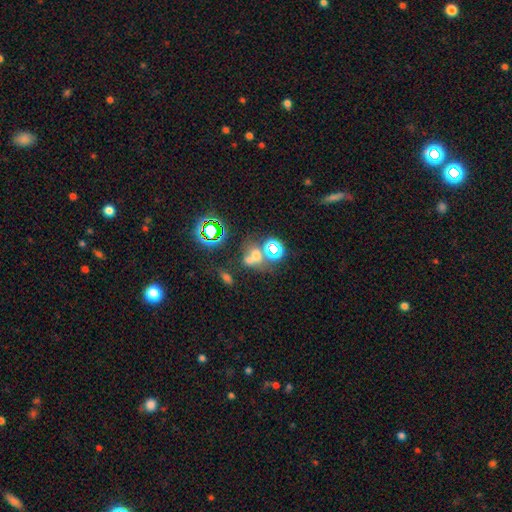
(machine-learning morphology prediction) Q: Smooth or featured?
A: smooth (45%); runner-up: star or artifact (39%)
Q: Merging?
A: merger (46%); runner-up: none (37%)